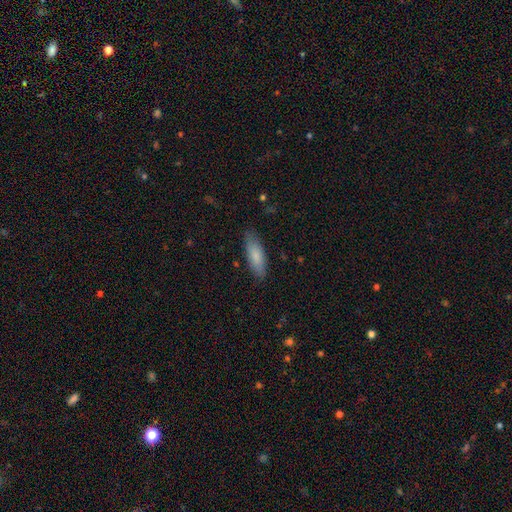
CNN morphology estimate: smooth_or_featured: smooth (p=0.82) [alt: featured or disk p=0.13]
how_rounded: in between (p=0.61) [alt: cigar-shaped p=0.38]
merging: none (p=0.82) [alt: minor disturbance p=0.14]